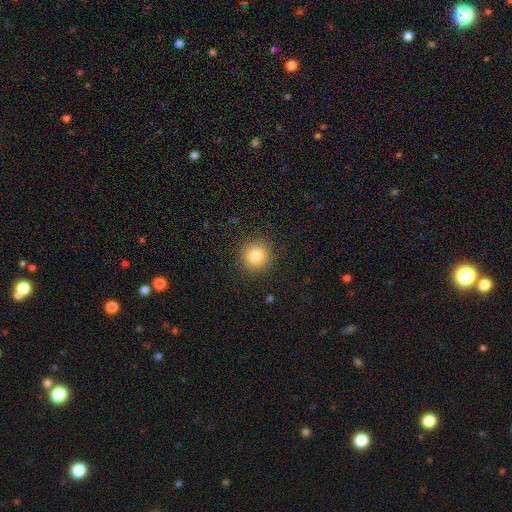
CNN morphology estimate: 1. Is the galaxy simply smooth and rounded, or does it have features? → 82% smooth, 11% star or artifact, 7% featured or disk.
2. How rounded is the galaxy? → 93% round, 6% in between, 1% cigar-shaped.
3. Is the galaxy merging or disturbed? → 91% none, 6% minor disturbance, 2% major disturbance, 1% merger.